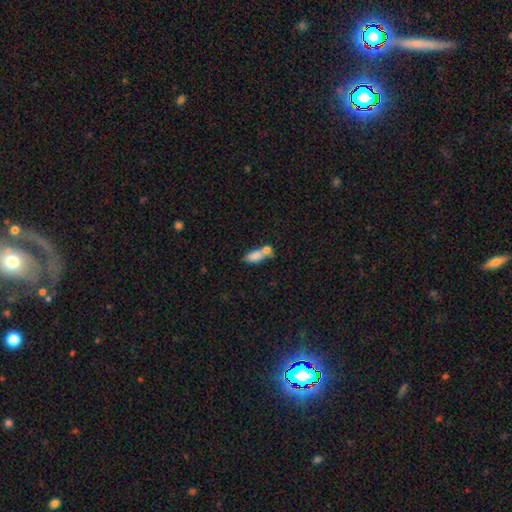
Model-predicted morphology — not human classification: The model was most divided on "merging": merger: 59%, none: 25%, minor disturbance: 10%, major disturbance: 5%. More confident: how rounded — in between (81%); smooth or featured — smooth (78%).